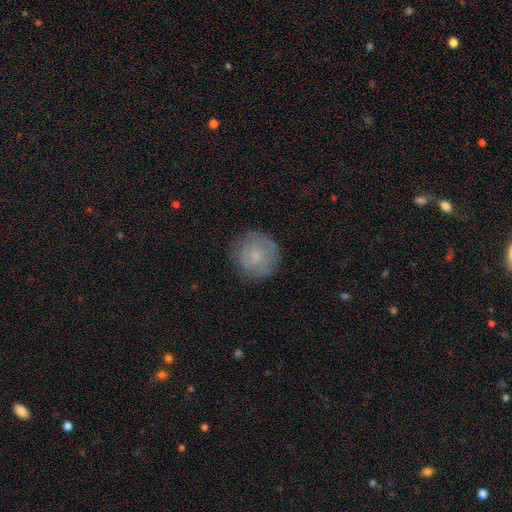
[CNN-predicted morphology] Q: Smooth or featured?
A: smooth (65%); runner-up: featured or disk (27%)
Q: How rounded?
A: round (92%); runner-up: in between (7%)
Q: Merging?
A: none (78%); runner-up: minor disturbance (16%)